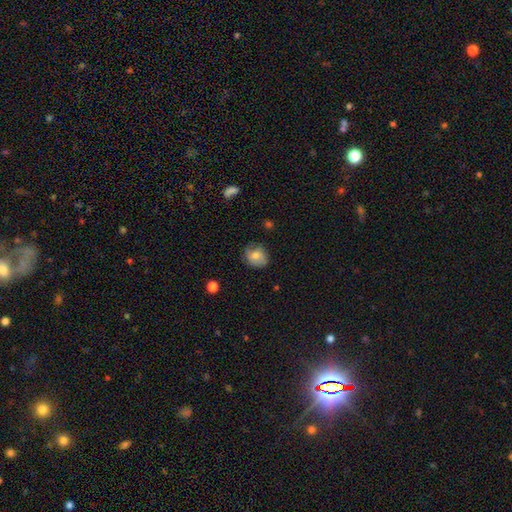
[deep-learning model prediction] Smooth or featured: smooth — 69% (featured or disk — 22%)
How rounded: round — 64% (in between — 35%)
Merging: none — 70% (minor disturbance — 23%)